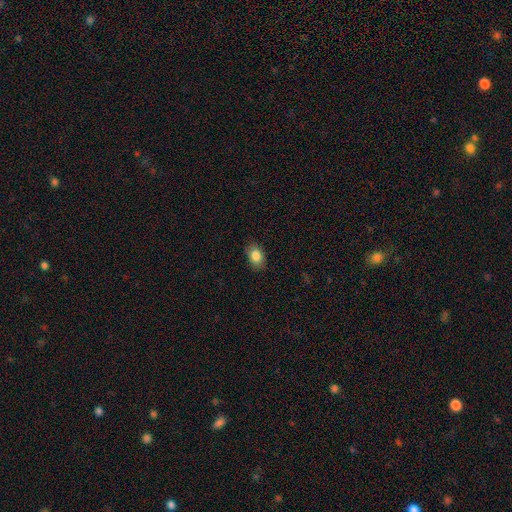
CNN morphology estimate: type=smooth (85%); roundness=in between (83%); merging=none (85%).